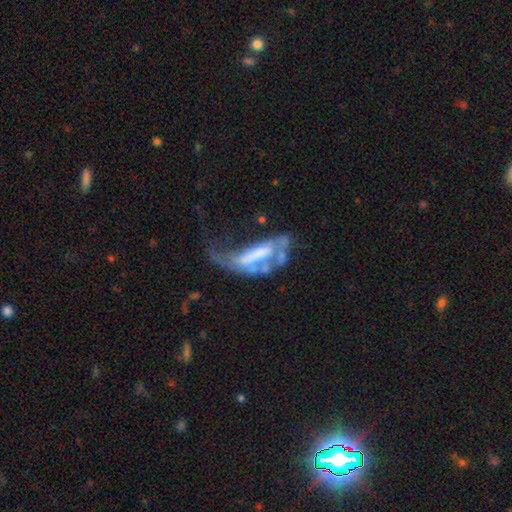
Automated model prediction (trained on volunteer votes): This appears to be a featured or disk galaxy (61%) with no bar (46%), no spiral arms (64%) and no central bulge (39%). Merging: major disturbance (53%).